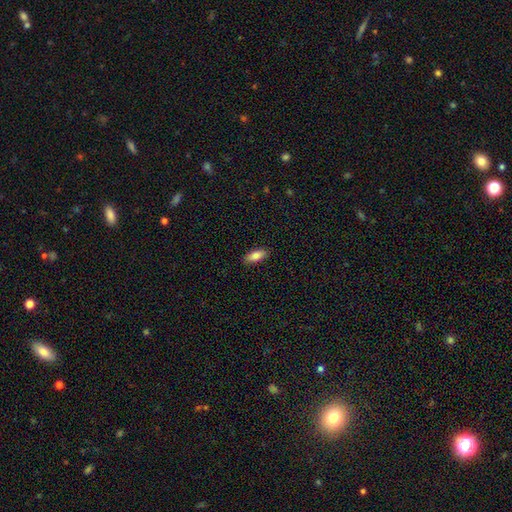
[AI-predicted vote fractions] Morphology: type=smooth (85%); roundness=in between (83%); merging=none (89%).